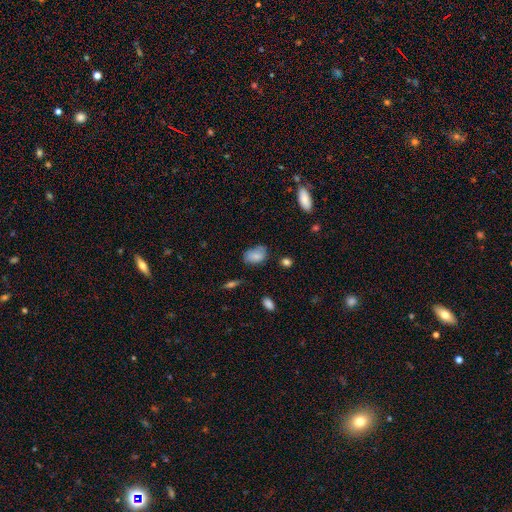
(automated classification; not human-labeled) Morphology: type=smooth (80%); roundness=in between (85%); merging=none (59%).